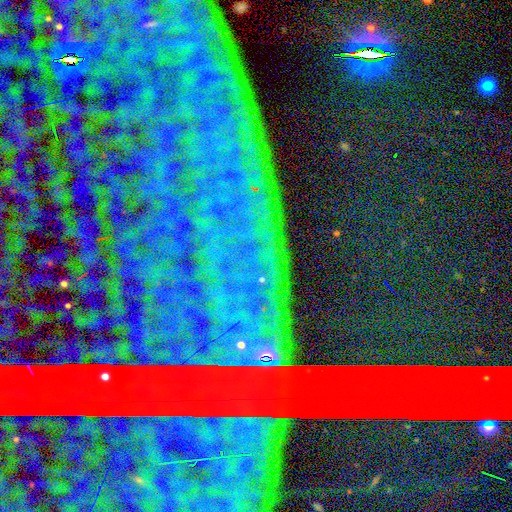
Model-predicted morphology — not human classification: Smooth or featured: star or artifact — 87% (featured or disk — 7%)